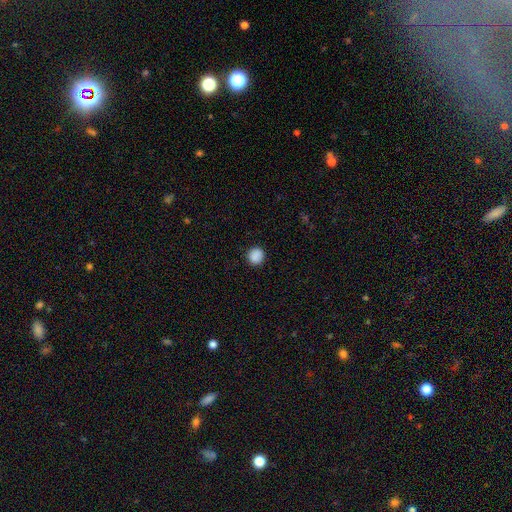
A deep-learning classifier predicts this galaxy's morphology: A smooth galaxy with no disk features (88%) that is round (90%). Merging: none (90%).